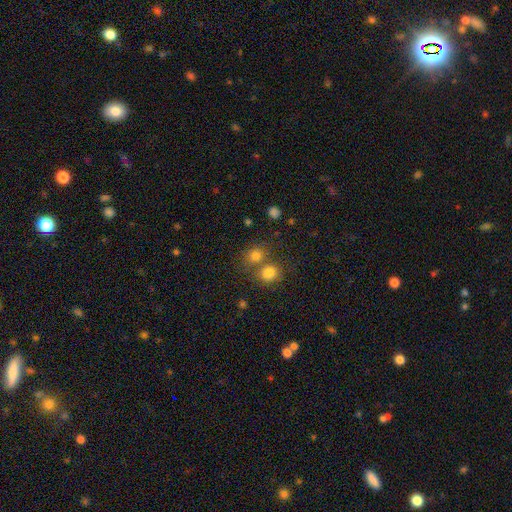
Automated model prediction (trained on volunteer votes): Morphology: type=smooth (77%); roundness=round (71%); merging=none (49%).